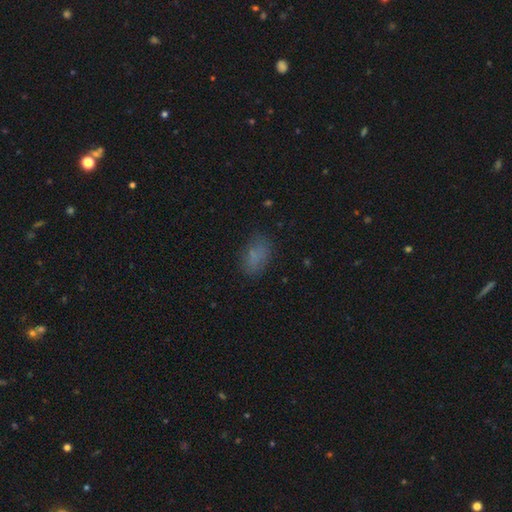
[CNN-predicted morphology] A smooth galaxy with no disk features (75%) that is in between round and cigar-shaped (88%).

Vote fractions:
- Smooth or featured? smooth: 75% / star or artifact: 14% / featured or disk: 11%
- How rounded? in between: 88% / round: 9% / cigar-shaped: 3%
- Merging? none: 72% / minor disturbance: 18% / major disturbance: 7% / merger: 2%